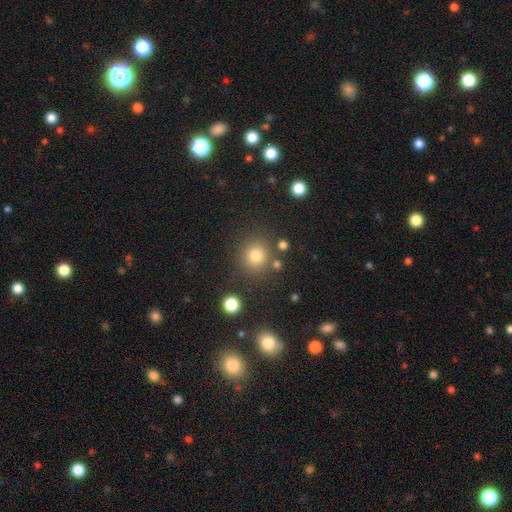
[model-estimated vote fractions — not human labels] Smooth or featured?
  - smooth: 80% *
  - star or artifact: 14%
  - featured or disk: 6%
How rounded?
  - round: 91% *
  - in between: 8%
  - cigar-shaped: 1%
Merging?
  - none: 83% *
  - minor disturbance: 8%
  - merger: 5%
  - major disturbance: 4%